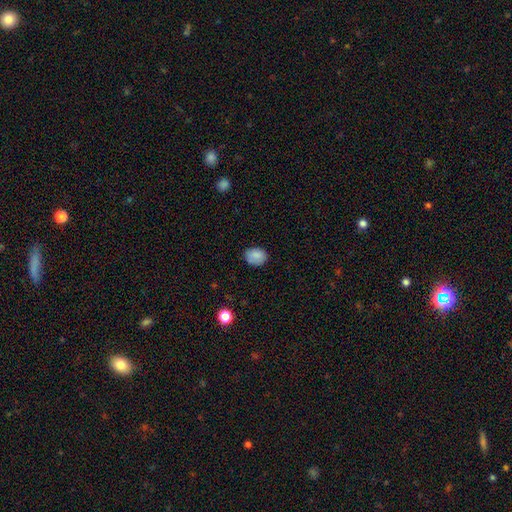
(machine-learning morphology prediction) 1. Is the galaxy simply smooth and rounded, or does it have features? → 84% smooth, 9% star or artifact, 7% featured or disk.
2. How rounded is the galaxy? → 59% in between, 41% round, 1% cigar-shaped.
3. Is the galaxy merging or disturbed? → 79% none, 17% minor disturbance, 3% major disturbance, 1% merger.